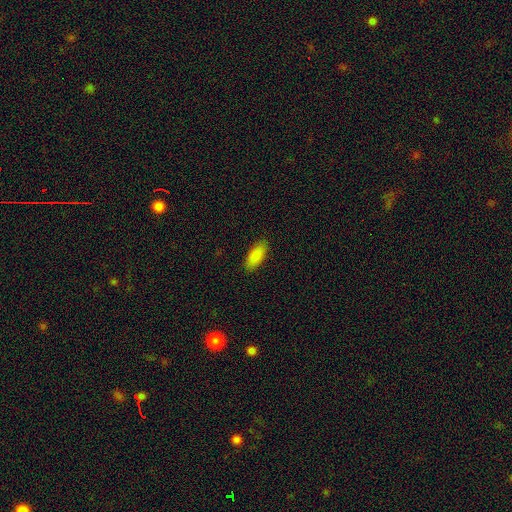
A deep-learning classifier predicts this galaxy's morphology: A smooth galaxy with no disk features (88%) that is in between round and cigar-shaped (83%).

Vote fractions:
- Smooth or featured? smooth: 88% / star or artifact: 7% / featured or disk: 5%
- How rounded? in between: 83% / cigar-shaped: 15% / round: 2%
- Merging? none: 88% / minor disturbance: 9% / major disturbance: 2% / merger: 1%